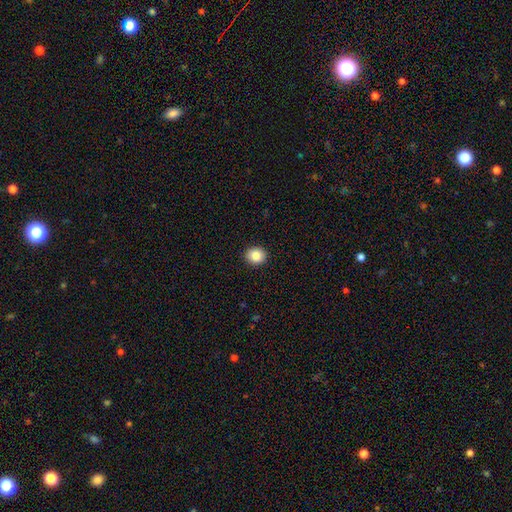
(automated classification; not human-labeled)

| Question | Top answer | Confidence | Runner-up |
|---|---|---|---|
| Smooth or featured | smooth | 85% | star or artifact (9%) |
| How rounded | round | 79% | in between (20%) |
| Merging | none | 92% | minor disturbance (5%) |